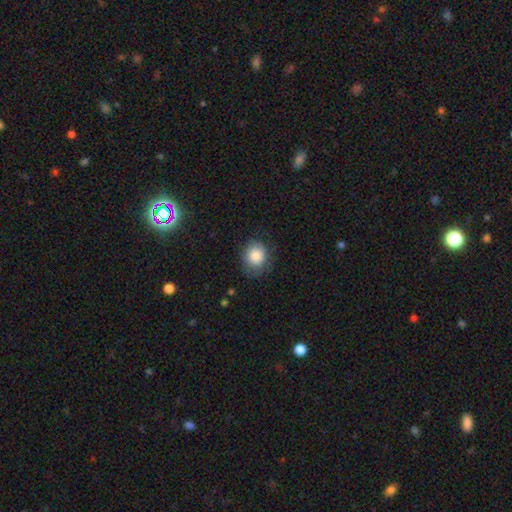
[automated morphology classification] The model was most divided on "how rounded": round: 75%, in between: 25%, cigar-shaped: 1%. More confident: smooth or featured — smooth (84%); merging — none (76%).